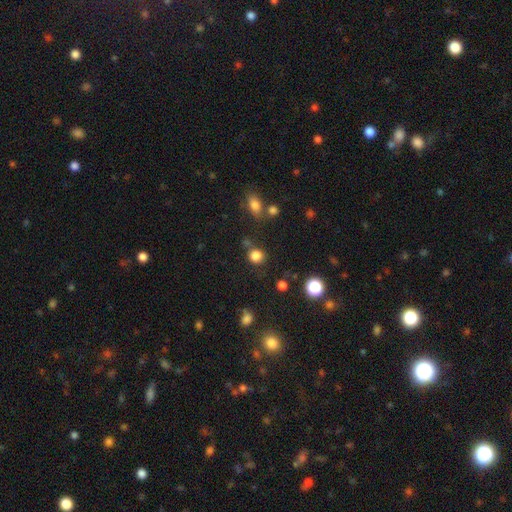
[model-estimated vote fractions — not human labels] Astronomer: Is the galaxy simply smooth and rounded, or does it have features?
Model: smooth — 81%.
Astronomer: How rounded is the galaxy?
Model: round — 81%.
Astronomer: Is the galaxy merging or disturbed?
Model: none — 72%.